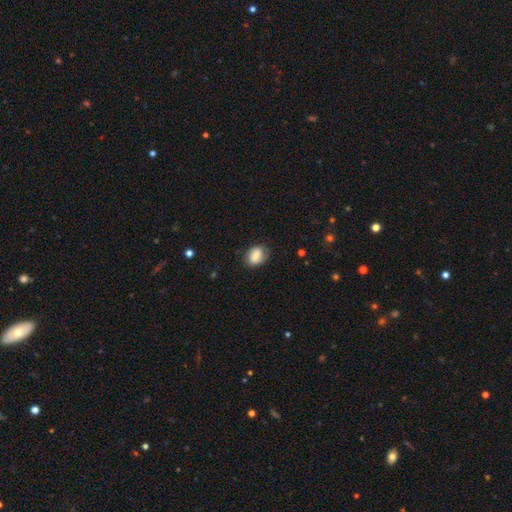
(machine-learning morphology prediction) A smooth galaxy with no disk features (80%) that is in between round and cigar-shaped (68%).

Vote fractions:
- Smooth or featured? smooth: 80% / featured or disk: 12% / star or artifact: 8%
- How rounded? in between: 68% / round: 30% / cigar-shaped: 1%
- Merging? none: 73% / minor disturbance: 20% / major disturbance: 5% / merger: 1%